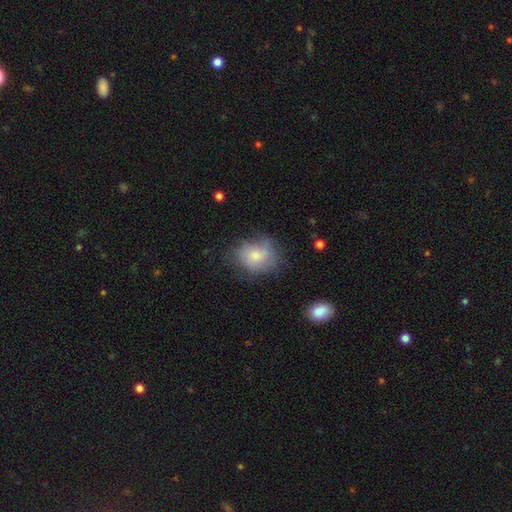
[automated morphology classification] Smooth or featured? smooth (72%)
How rounded? round (50%)
Merging? none (50%)